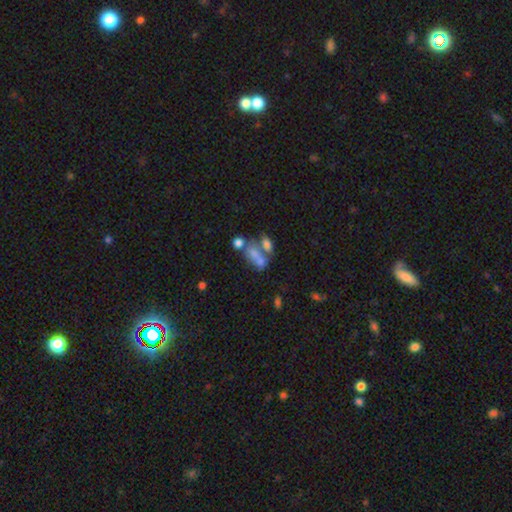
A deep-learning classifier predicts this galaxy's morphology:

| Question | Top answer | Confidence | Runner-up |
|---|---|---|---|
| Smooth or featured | smooth | 63% | featured or disk (24%) |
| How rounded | in between | 79% | round (14%) |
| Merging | merger | 51% | none (25%) |